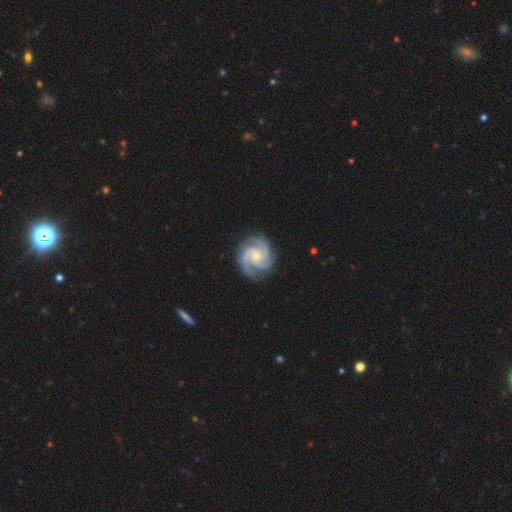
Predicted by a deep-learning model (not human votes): smooth-or-featured: featured or disk: 93% | star or artifact: 3% | smooth: 3%
  disk-edge-on: no: 98% | yes: 2%
    bar: no: 68% | weak: 26% | strong: 6%
    has-spiral-arms: yes: 99% | no: 1%
      spiral-winding: tight: 61% | medium: 36% | loose: 4%
      spiral-arm-count: 3: 65% | 4: 12% | 2: 10% | can't tell: 5% | more than 4: 4% | 1: 4%
    bulge-size: small: 63% | moderate: 33% | none: 2% | large: 2% | dominant: 1%
  merging: none: 82% | minor disturbance: 13% | major disturbance: 3% | merger: 1%